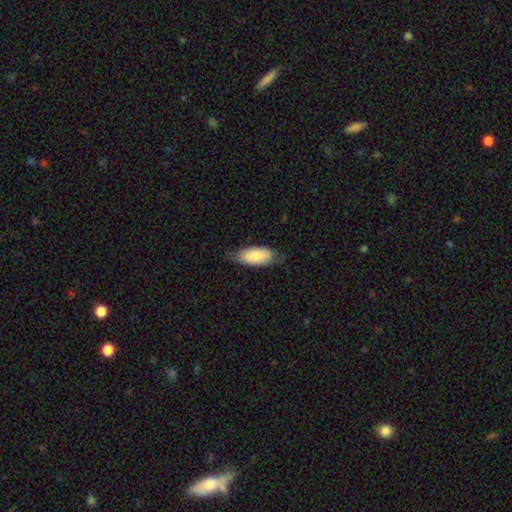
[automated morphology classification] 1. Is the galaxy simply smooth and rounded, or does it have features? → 81% smooth, 14% featured or disk, 6% star or artifact.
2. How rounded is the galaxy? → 88% in between, 10% cigar-shaped, 2% round.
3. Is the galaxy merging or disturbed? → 65% none, 28% minor disturbance, 6% major disturbance, 1% merger.